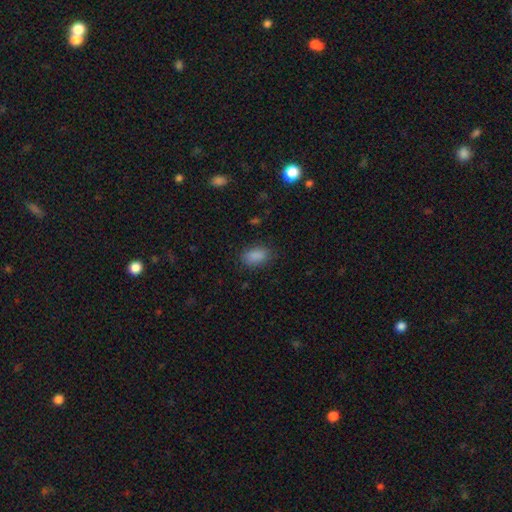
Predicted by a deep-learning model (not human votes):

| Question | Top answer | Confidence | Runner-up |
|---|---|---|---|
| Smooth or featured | smooth | 87% | star or artifact (9%) |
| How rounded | in between | 90% | round (8%) |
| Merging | none | 81% | minor disturbance (14%) |